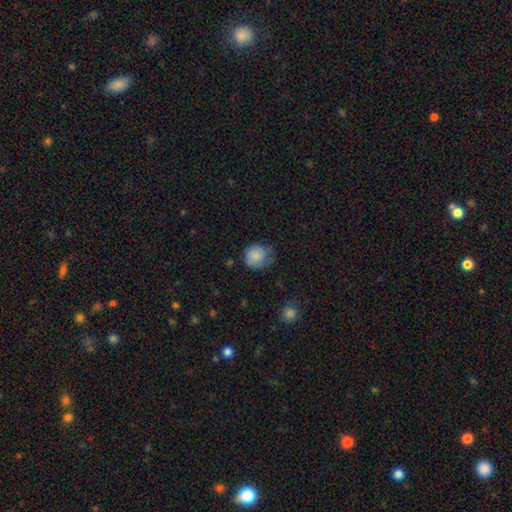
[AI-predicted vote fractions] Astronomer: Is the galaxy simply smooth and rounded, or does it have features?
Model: smooth — 82%.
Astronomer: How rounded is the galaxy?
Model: round — 83%.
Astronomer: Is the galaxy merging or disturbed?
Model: none — 55% (runner-up: minor disturbance, 33%).